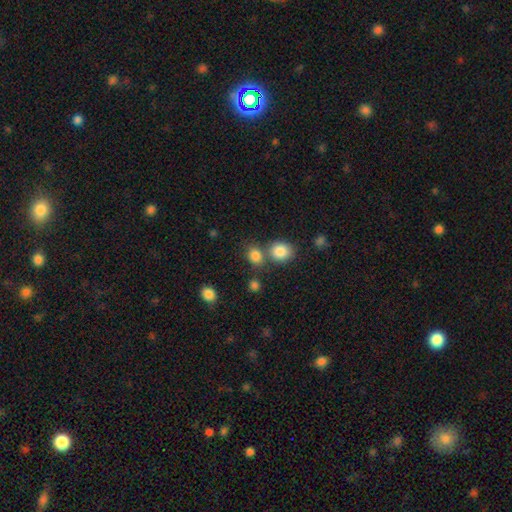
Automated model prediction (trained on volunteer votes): This appears to be a smooth galaxy with no disk features (83%) that is round (62%). Merging: none (56%).